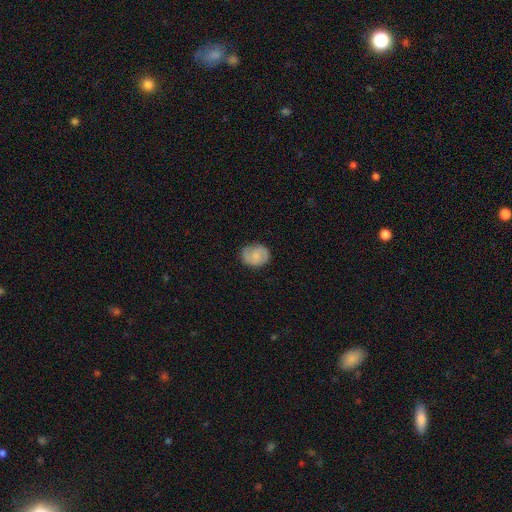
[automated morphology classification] featured or disk 47%, smooth 45%, star or artifact 8%. Down the decision tree: merging — none (77%).